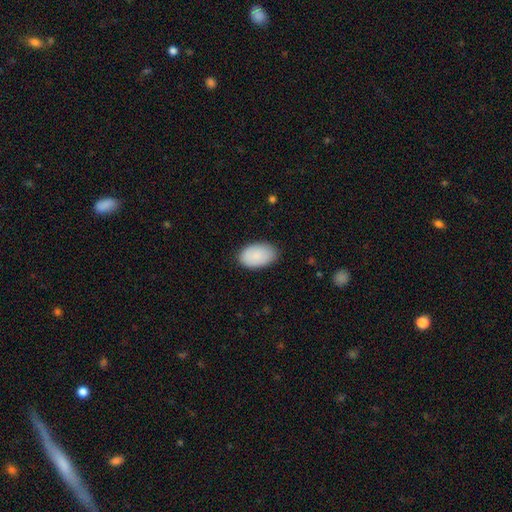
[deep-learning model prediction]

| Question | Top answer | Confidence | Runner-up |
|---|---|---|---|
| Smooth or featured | smooth | 88% | featured or disk (6%) |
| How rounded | in between | 92% | round (7%) |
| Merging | none | 82% | minor disturbance (14%) |